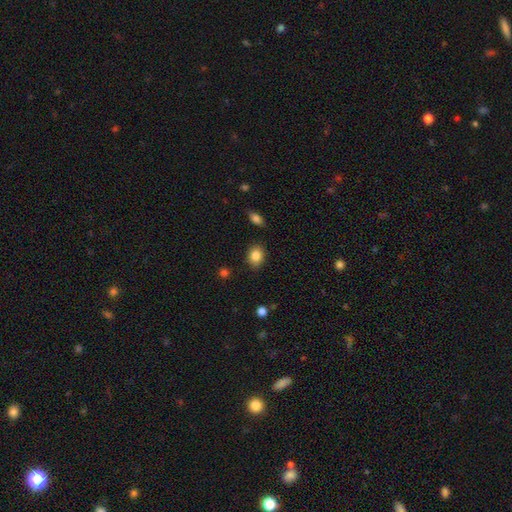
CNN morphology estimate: The model was most divided on "how rounded": in between: 61%, round: 38%, cigar-shaped: 1%. More confident: smooth or featured — smooth (85%); merging — none (85%).